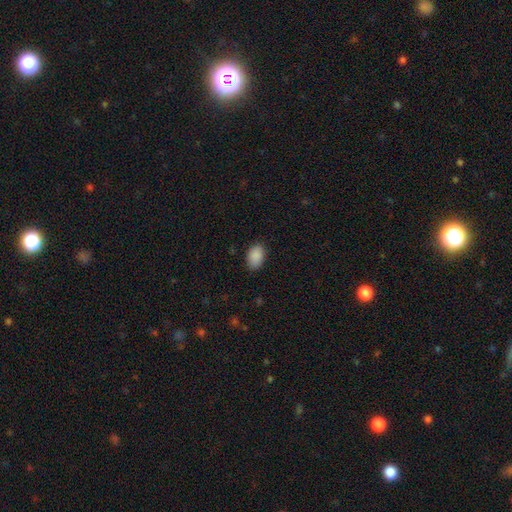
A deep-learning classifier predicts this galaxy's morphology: Overall: smooth (90%). How rounded: in between (90%). Merging: none (84%).